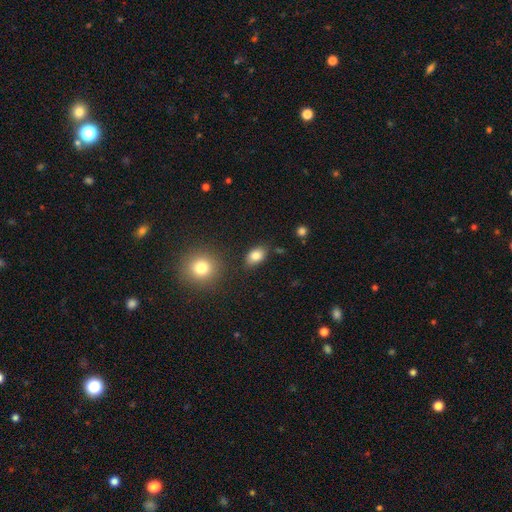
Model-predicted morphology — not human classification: smooth 82%, star or artifact 10%, featured or disk 8%. Down the decision tree: how rounded — in between (84%); merging — none (79%).